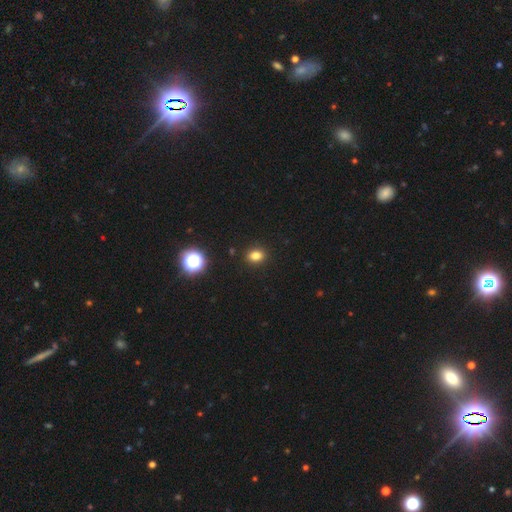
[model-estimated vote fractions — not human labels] A smooth galaxy with no disk features (81%) that is in between round and cigar-shaped (59%).

Vote fractions:
- Smooth or featured? smooth: 81% / star or artifact: 14% / featured or disk: 5%
- How rounded? in between: 59% / round: 40% / cigar-shaped: 1%
- Merging? none: 90% / minor disturbance: 7% / major disturbance: 2% / merger: 1%